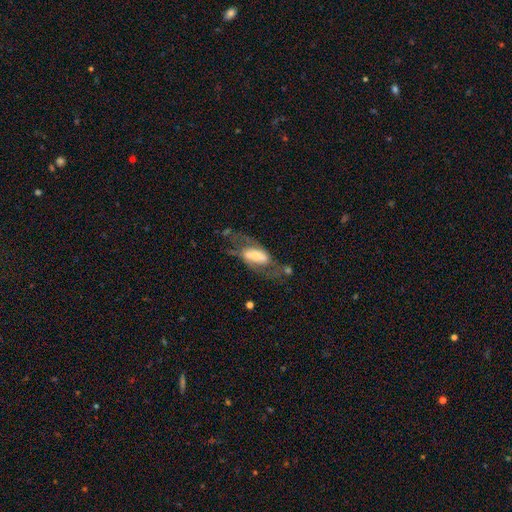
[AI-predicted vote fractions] Morphology: type=featured or disk (63%); edge-on=no (89%); bar=strong (44%); spiral arms=yes (72%); bulge=small (38%); merging=none (49%).